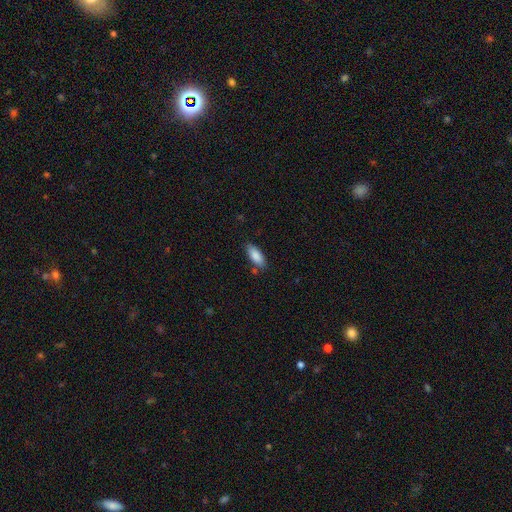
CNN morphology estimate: Q: Smooth or featured?
A: smooth (87%); runner-up: featured or disk (7%)
Q: How rounded?
A: in between (80%); runner-up: cigar-shaped (18%)
Q: Merging?
A: none (80%); runner-up: minor disturbance (13%)